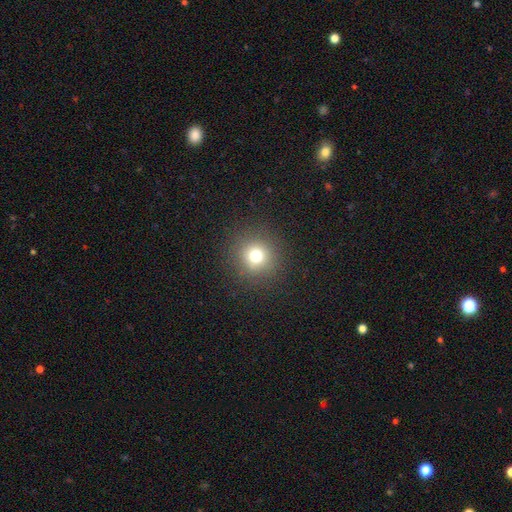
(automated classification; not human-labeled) Q: Smooth or featured?
A: smooth (74%); runner-up: star or artifact (17%)
Q: How rounded?
A: round (94%); runner-up: in between (5%)
Q: Merging?
A: none (90%); runner-up: minor disturbance (6%)